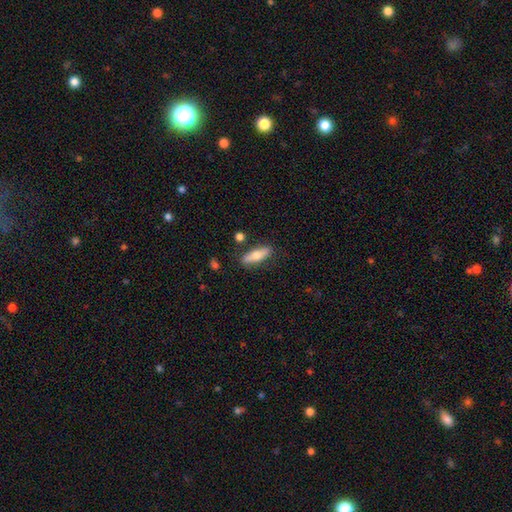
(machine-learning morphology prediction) A smooth galaxy with no disk features (65%) that is cigar-shaped (53%).

Vote fractions:
- Smooth or featured? smooth: 65% / featured or disk: 29% / star or artifact: 6%
- How rounded? cigar-shaped: 53% / in between: 45% / round: 3%
- Merging? none: 82% / minor disturbance: 11% / merger: 4% / major disturbance: 3%